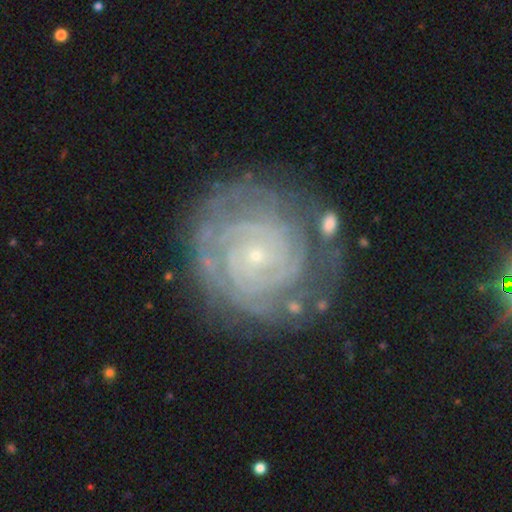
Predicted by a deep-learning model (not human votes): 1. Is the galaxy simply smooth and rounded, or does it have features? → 87% featured or disk, 7% smooth, 6% star or artifact.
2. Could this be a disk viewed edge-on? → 98% no, 2% yes.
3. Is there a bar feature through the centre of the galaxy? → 80% no, 15% weak, 5% strong.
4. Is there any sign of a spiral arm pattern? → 96% yes, 4% no.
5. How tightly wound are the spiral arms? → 87% tight, 11% medium, 3% loose.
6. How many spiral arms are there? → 29% can't tell, 20% 2, 17% 3, 17% 4, 10% more than 4, 7% 1.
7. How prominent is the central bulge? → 89% small, 7% moderate, 2% none, 1% large, 1% dominant.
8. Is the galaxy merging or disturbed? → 73% none, 17% minor disturbance, 7% major disturbance, 3% merger.